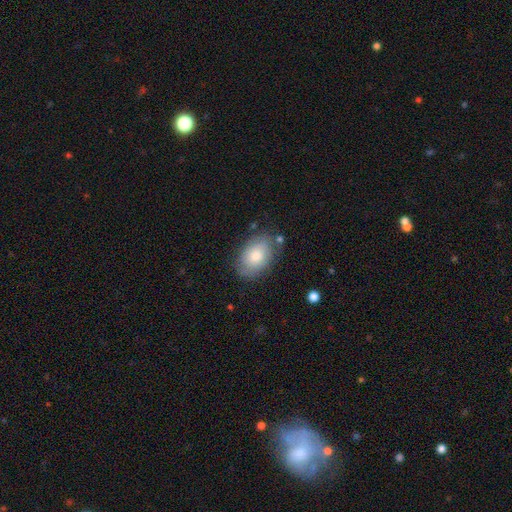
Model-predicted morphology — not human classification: This is likely a smooth galaxy (73%). How rounded: clearly in between (87%). Merging: likely none (74%).